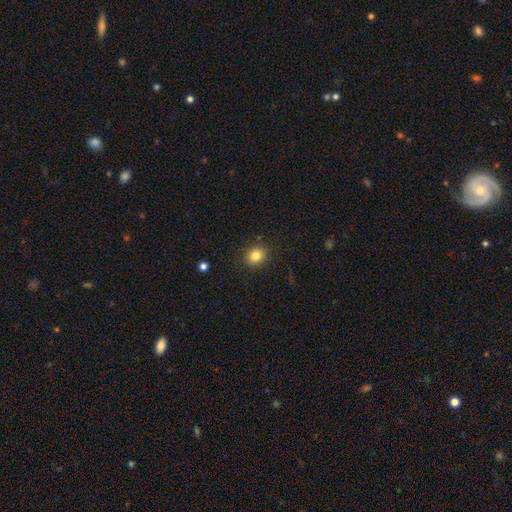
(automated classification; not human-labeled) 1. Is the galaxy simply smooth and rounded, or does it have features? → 83% smooth, 11% star or artifact, 6% featured or disk.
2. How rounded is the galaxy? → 66% round, 34% in between, 1% cigar-shaped.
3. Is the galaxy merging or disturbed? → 88% none, 8% minor disturbance, 2% major disturbance, 1% merger.